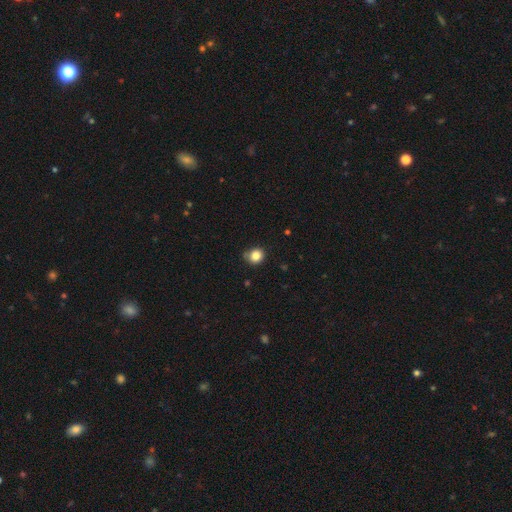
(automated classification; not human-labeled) Smooth or featured: smooth — 84% (star or artifact — 11%)
How rounded: round — 80% (in between — 19%)
Merging: none — 74% (minor disturbance — 19%)